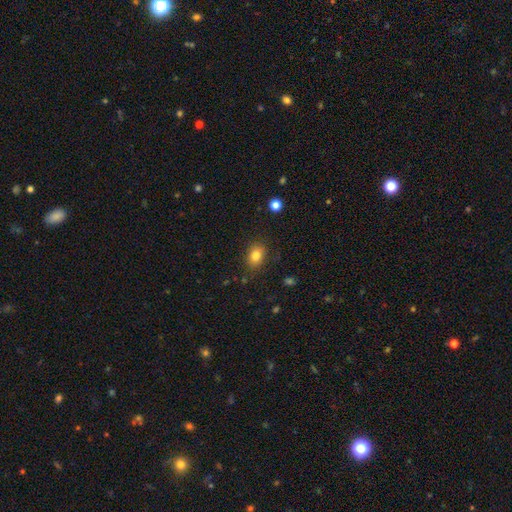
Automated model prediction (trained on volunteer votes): smooth 81%, star or artifact 11%, featured or disk 8%. Down the decision tree: how rounded — in between (65%); merging — none (84%).